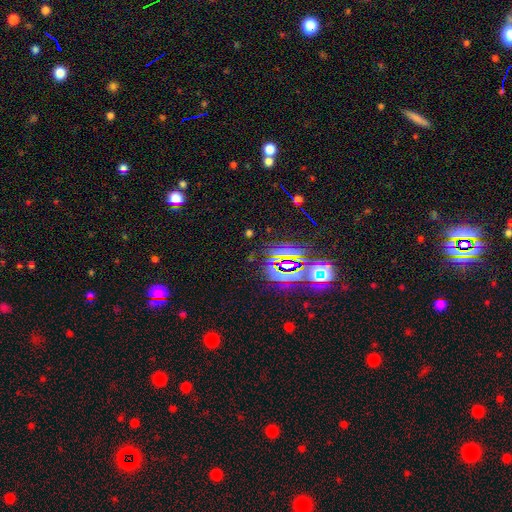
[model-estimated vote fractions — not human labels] This is likely a star or artifact rather than a galaxy (80%).